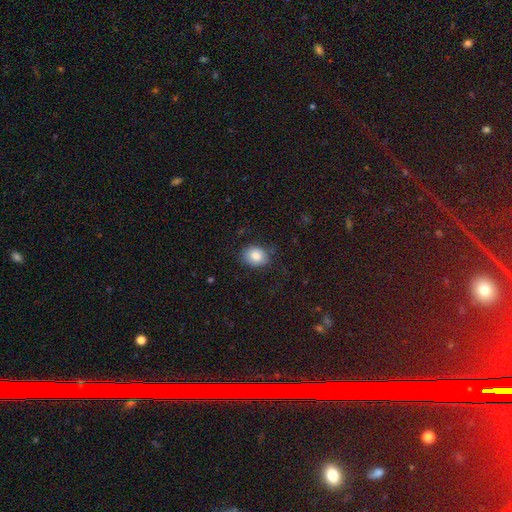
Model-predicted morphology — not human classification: This appears to be a smooth galaxy with no disk features (84%) that is round (54%). Merging: none (76%).